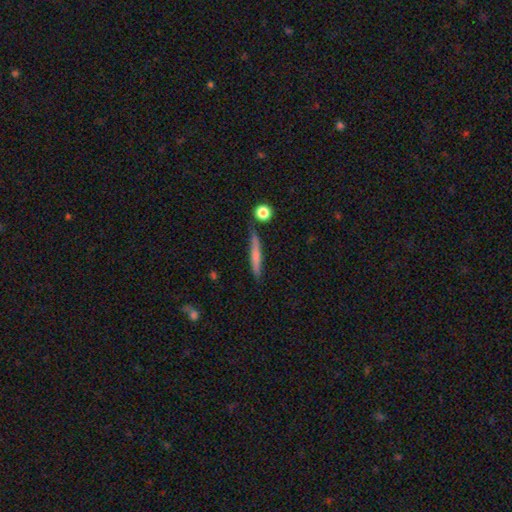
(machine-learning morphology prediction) Smooth or featured?
  - smooth: 62% *
  - featured or disk: 31%
  - star or artifact: 7%
How rounded?
  - cigar-shaped: 92% *
  - in between: 5%
  - round: 2%
Merging?
  - none: 77% *
  - minor disturbance: 15%
  - merger: 5%
  - major disturbance: 4%